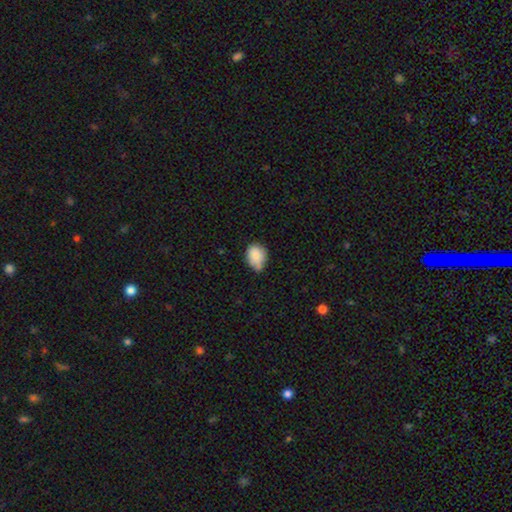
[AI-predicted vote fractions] Morphology: type=smooth (81%); roundness=in between (58%); merging=minor disturbance (46%).